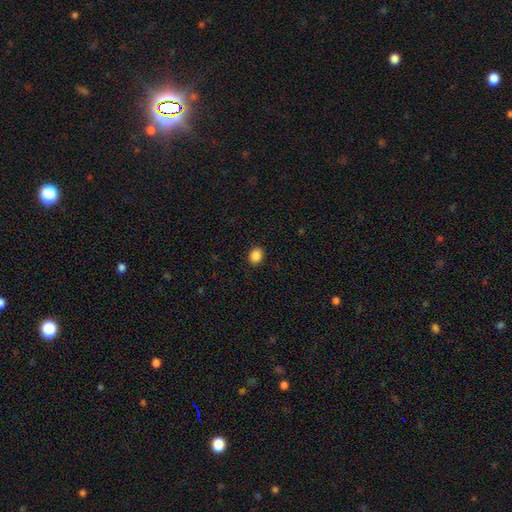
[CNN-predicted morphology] Smooth or featured: smooth — 87% (star or artifact — 9%)
How rounded: round — 54% (in between — 45%)
Merging: none — 90% (minor disturbance — 7%)